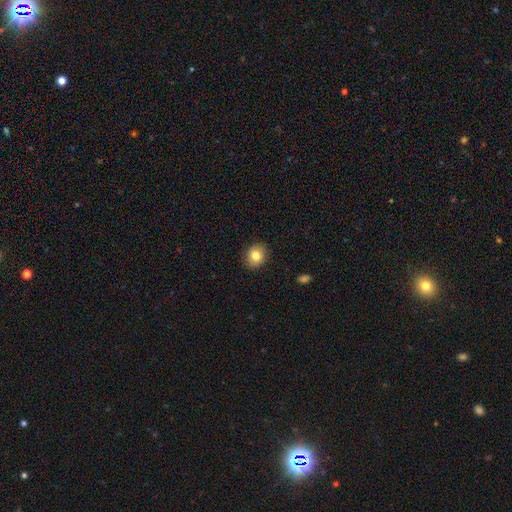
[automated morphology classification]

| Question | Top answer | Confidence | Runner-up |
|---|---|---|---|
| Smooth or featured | smooth | 82% | star or artifact (9%) |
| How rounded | round | 64% | in between (35%) |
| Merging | none | 89% | minor disturbance (8%) |